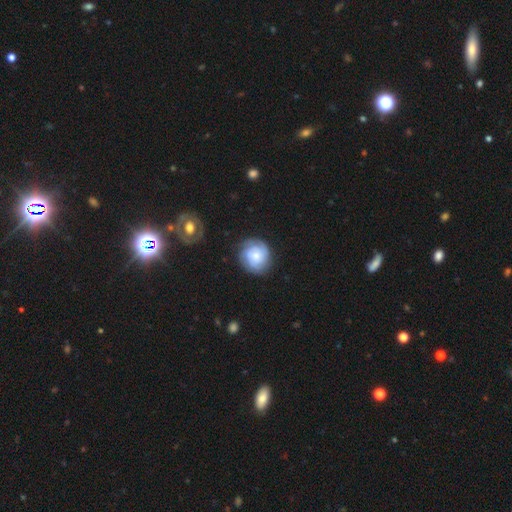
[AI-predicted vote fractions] featured or disk 55%, smooth 38%, star or artifact 7%. Down the decision tree: edge-on disk — no (98%); bar — no (77%); spiral arms — yes (88%); bulge size — small (51%); merging — none (76%).